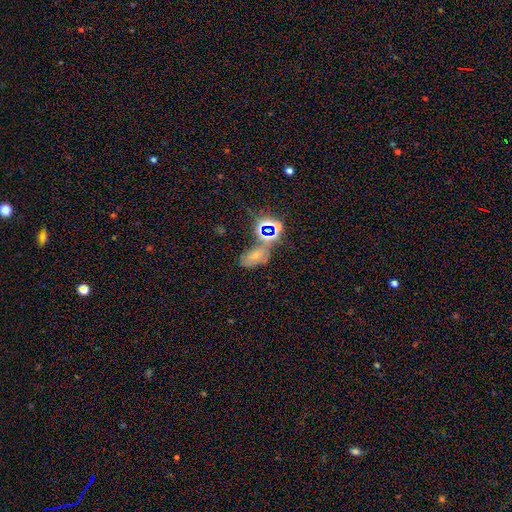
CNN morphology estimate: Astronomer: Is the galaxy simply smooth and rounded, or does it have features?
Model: smooth — 40% (runner-up: star or artifact, 39%).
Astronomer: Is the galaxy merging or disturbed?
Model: none — 49%.